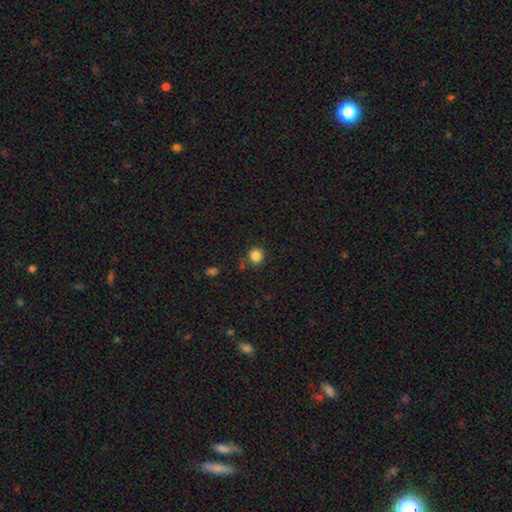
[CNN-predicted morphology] The model was most divided on "smooth or featured": smooth: 85%, star or artifact: 12%, featured or disk: 4%. More confident: how rounded — round (93%); merging — none (83%).